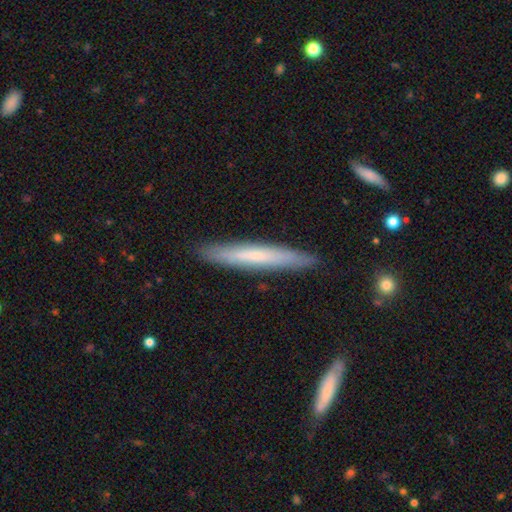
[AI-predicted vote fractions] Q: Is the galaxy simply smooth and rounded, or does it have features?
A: smooth — 57%.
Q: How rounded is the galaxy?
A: cigar-shaped — 95%.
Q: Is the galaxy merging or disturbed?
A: none — 89%.